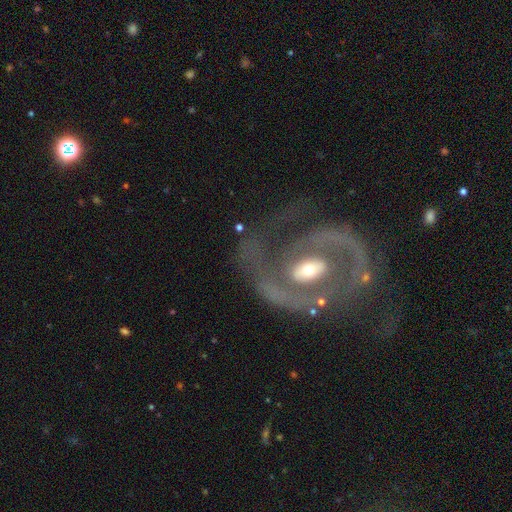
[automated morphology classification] smooth_or_featured: featured or disk (p=0.91) [alt: star or artifact p=0.05]
disk_edge_on: no (p=0.98) [alt: yes p=0.02]
bar: weak (p=0.42) [alt: strong p=0.29]
has_spiral_arms: yes (p=0.96) [alt: no p=0.04]
spiral_winding: medium (p=0.58) [alt: tight p=0.26]
spiral_arm_count: 2 (p=0.89) [alt: can't tell p=0.03]
bulge_size: moderate (p=0.62) [alt: small p=0.28]
merging: none (p=0.66) [alt: minor disturbance p=0.17]